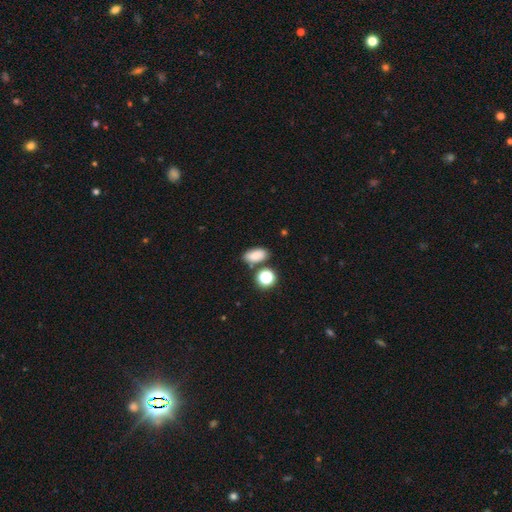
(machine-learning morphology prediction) The model was most divided on "merging": none: 74%, minor disturbance: 13%, merger: 10%, major disturbance: 4%. More confident: how rounded — in between (85%); smooth or featured — smooth (79%).